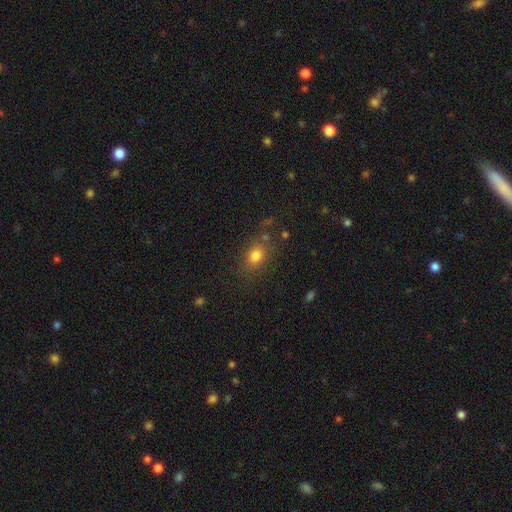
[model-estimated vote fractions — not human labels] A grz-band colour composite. It shows a smooth galaxy with no disk features (79%) that is in between round and cigar-shaped (63%). Merging: none (74%).